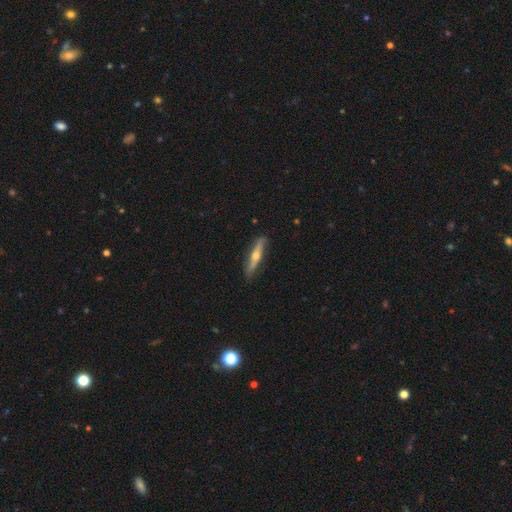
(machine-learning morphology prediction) This appears to be a featured or disk galaxy (66%) viewed edge-on (90%) with a rounded central bulge (91%). Merging: none (85%).